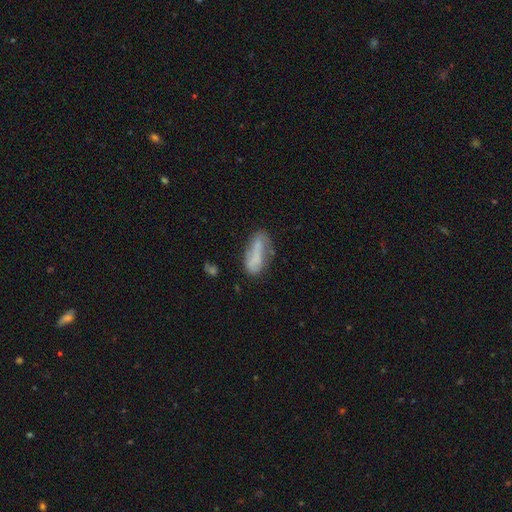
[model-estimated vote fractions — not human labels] The model was most divided on "merging": none: 47%, minor disturbance: 29%, major disturbance: 15%, merger: 9%. More confident: how rounded — in between (74%); smooth or featured — smooth (55%).